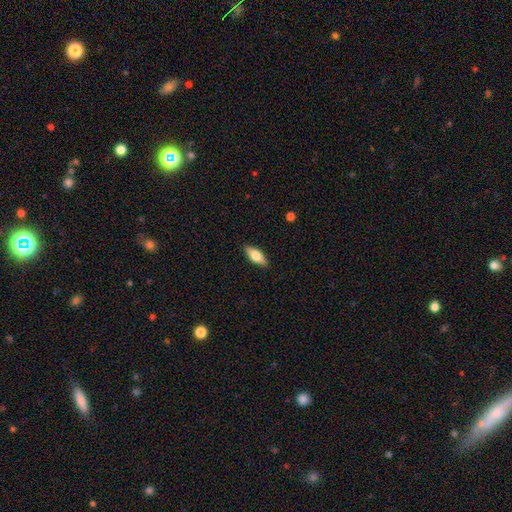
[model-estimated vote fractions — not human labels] smooth 62%, featured or disk 32%, star or artifact 6%. Down the decision tree: how rounded — in between (73%); merging — none (88%).